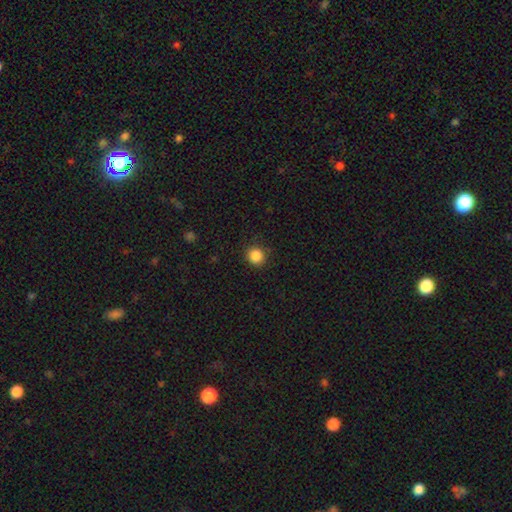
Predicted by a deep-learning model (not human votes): Overall: smooth (86%). How rounded: round (91%). Merging: none (88%).